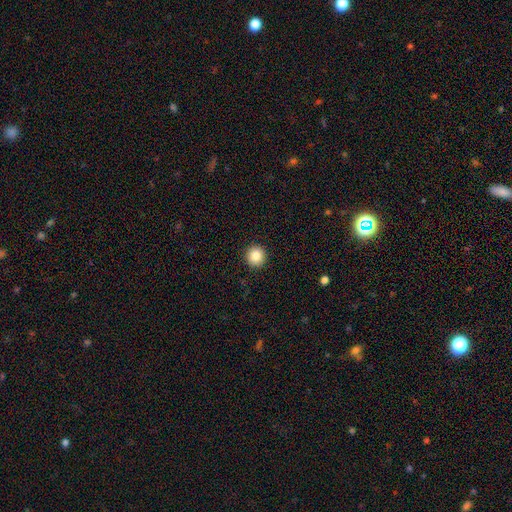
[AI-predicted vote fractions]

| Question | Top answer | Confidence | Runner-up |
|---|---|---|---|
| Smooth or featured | smooth | 85% | star or artifact (10%) |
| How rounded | round | 94% | in between (5%) |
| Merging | none | 93% | minor disturbance (5%) |